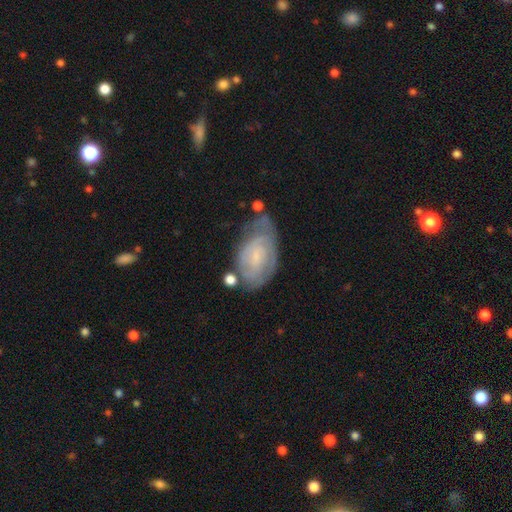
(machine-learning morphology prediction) Smooth or featured? Predicted: featured or disk (p=0.61). Edge-on disk? Predicted: no (p=0.95). Bar? Predicted: no (p=0.59). Spiral arms? Predicted: yes (p=0.77). Bulge size? Predicted: small (p=0.63). Merging? Predicted: none (p=0.47).